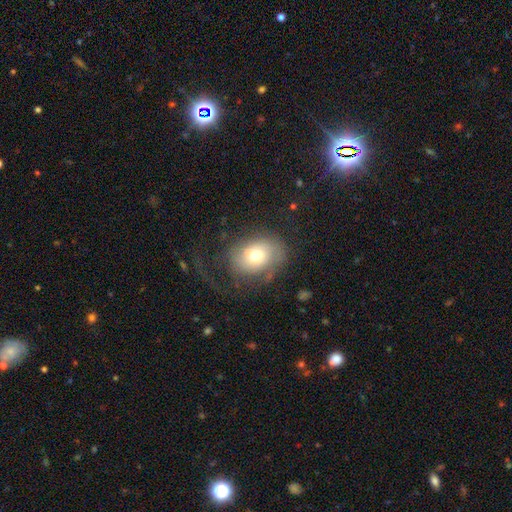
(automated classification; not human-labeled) Smooth or featured? smooth (61%)
How rounded? in between (57%)
Merging? none (42%)